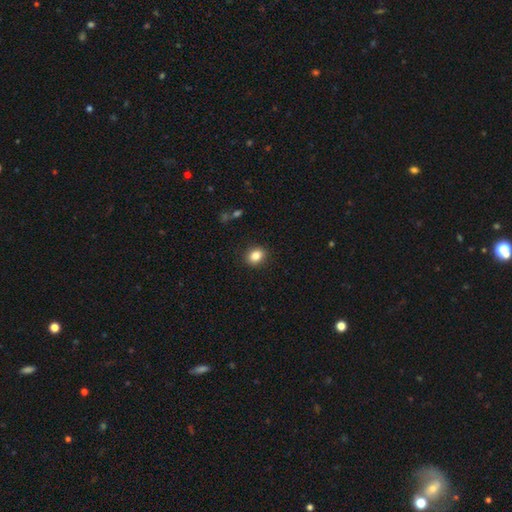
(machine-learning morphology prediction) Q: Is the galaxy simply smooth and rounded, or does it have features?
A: smooth — 84%.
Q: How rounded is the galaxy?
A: in between — 52%.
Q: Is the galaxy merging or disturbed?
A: none — 89%.